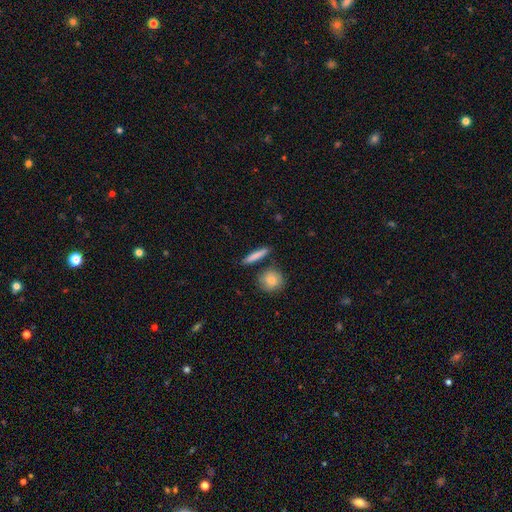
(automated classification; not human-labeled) Smooth or featured?
  - smooth: 78% *
  - featured or disk: 15%
  - star or artifact: 6%
How rounded?
  - cigar-shaped: 81% *
  - in between: 12%
  - round: 6%
Merging?
  - none: 83% *
  - minor disturbance: 8%
  - merger: 6%
  - major disturbance: 2%